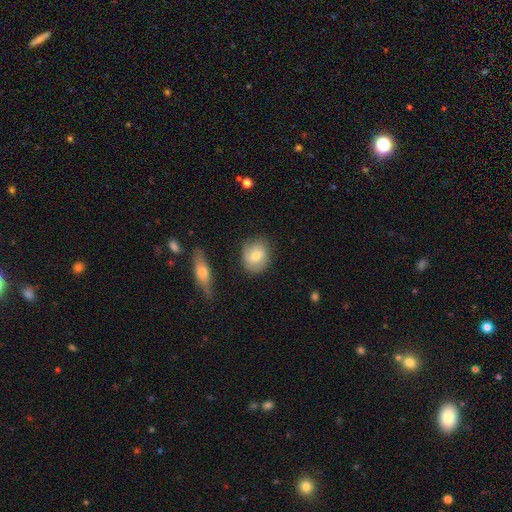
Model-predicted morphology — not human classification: Q: Smooth or featured?
A: smooth (65%); runner-up: featured or disk (28%)
Q: How rounded?
A: round (65%); runner-up: in between (33%)
Q: Merging?
A: none (77%); runner-up: minor disturbance (16%)